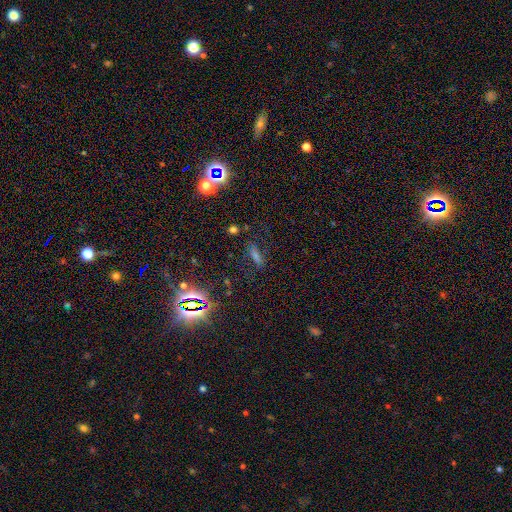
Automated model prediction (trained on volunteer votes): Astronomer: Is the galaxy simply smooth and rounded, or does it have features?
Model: star or artifact — 44% (runner-up: smooth, 39%).